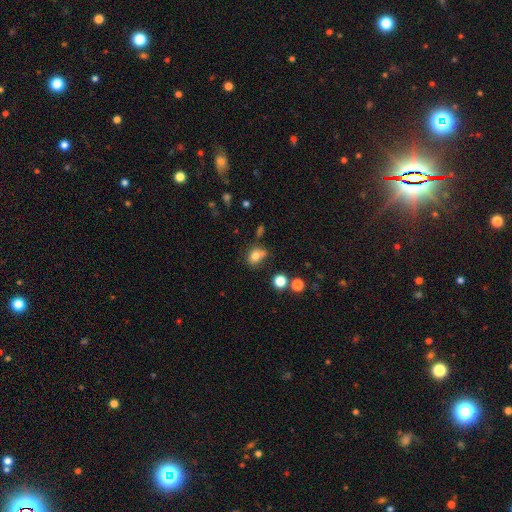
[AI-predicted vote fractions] Overall: smooth (77%). How rounded: round (51%; in between 48%). Merging: none (56%; minor disturbance 20%).